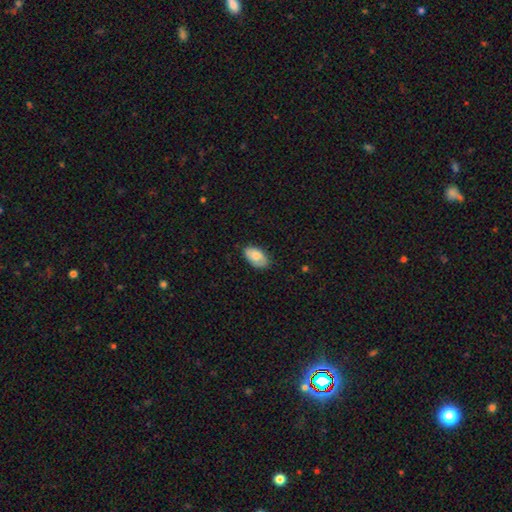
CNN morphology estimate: Smooth or featured: smooth — 74% (featured or disk — 19%)
How rounded: in between — 94% (round — 4%)
Merging: none — 77% (minor disturbance — 19%)